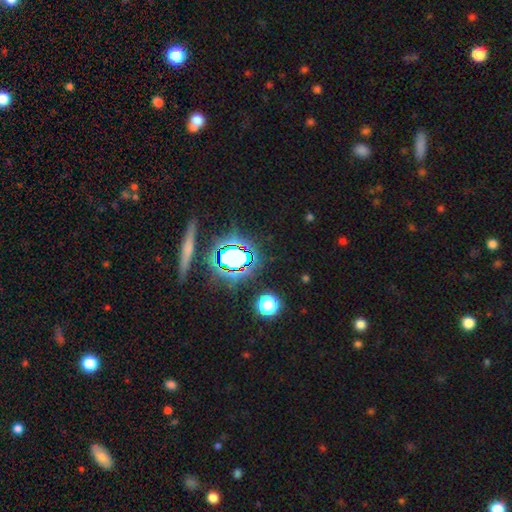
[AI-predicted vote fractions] Smooth or featured: star or artifact — 73% (smooth — 16%)